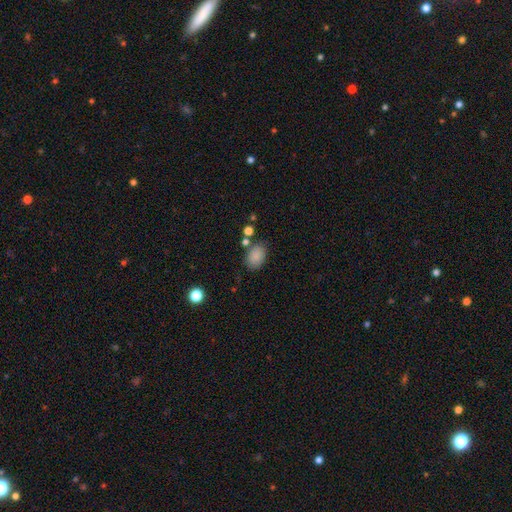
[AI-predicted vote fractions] Smooth or featured? smooth (86%)
How rounded? in between (80%)
Merging? none (73%)